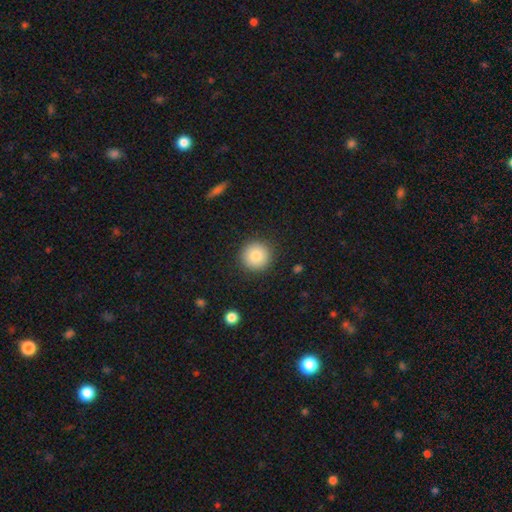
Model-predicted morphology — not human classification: Smooth or featured? Predicted: smooth (p=0.83). How rounded? Predicted: round (p=0.95). Merging? Predicted: none (p=0.90).